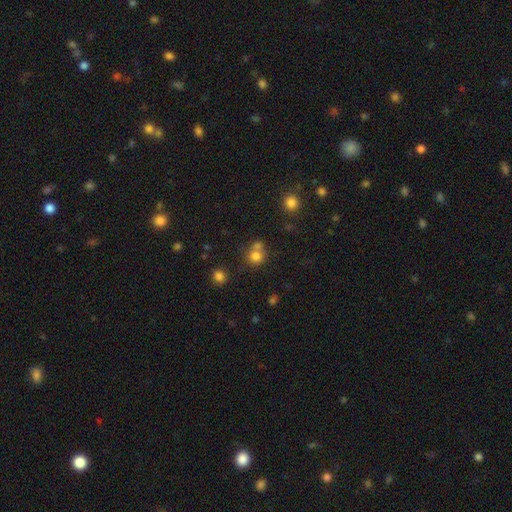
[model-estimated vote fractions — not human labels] The model was most divided on "merging": none: 49%, merger: 37%, minor disturbance: 9%, major disturbance: 4%. More confident: how rounded — round (84%); smooth or featured — smooth (76%).